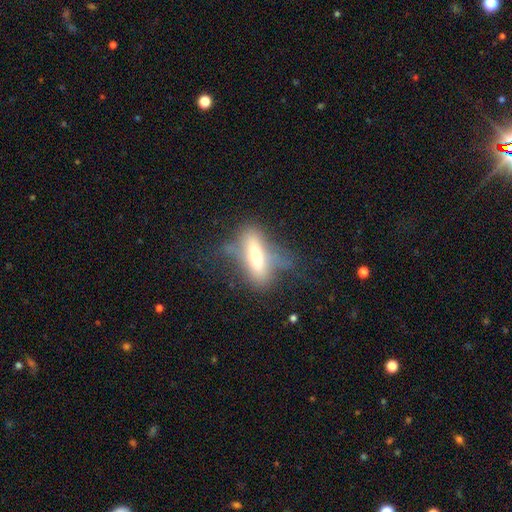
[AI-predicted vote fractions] A featured or disk galaxy (48%). Merging: none (50%).